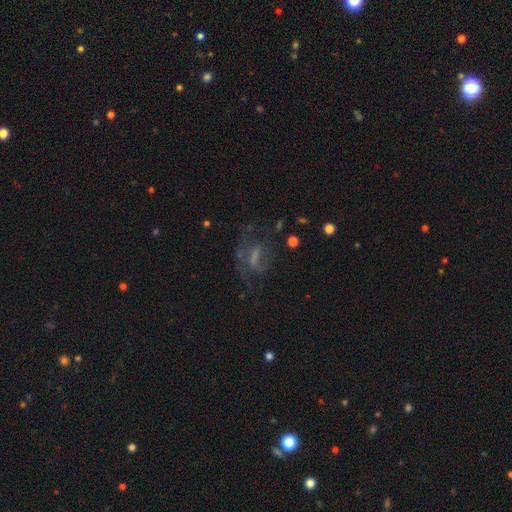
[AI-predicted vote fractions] Smooth or featured: featured or disk — 57% (smooth — 25%)
Edge-on disk: no — 93% (yes — 7%)
Bar: weak — 39% (no — 36%)
Spiral arms: yes — 62% (no — 38%)
Bulge size: none — 45% (small — 24%)
Merging: none — 46% (major disturbance — 32%)